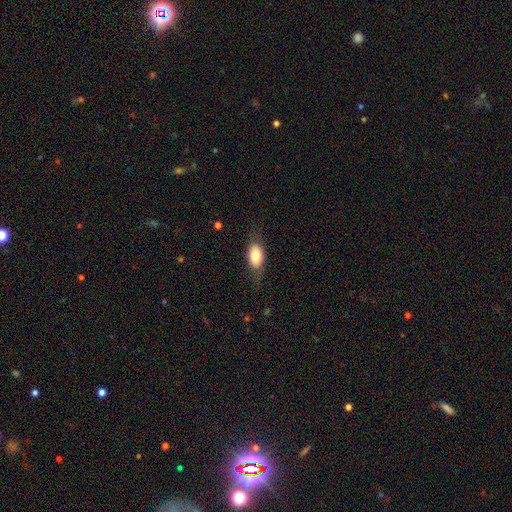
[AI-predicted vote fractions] A smooth galaxy with no disk features (74%) that is in between round and cigar-shaped (85%). Merging: none (73%).